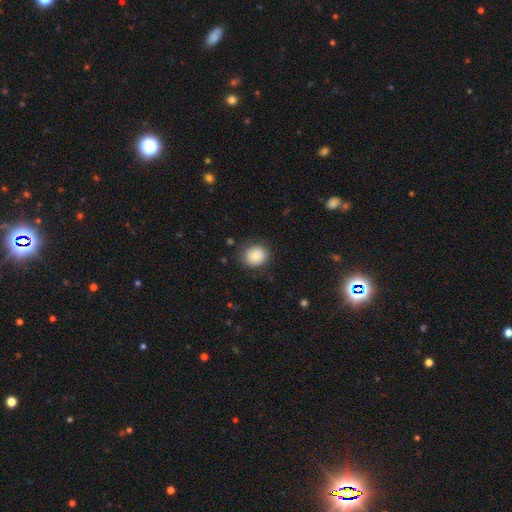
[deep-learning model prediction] This appears to be a smooth galaxy with no disk features (80%) that is round (80%). Merging: none (81%).